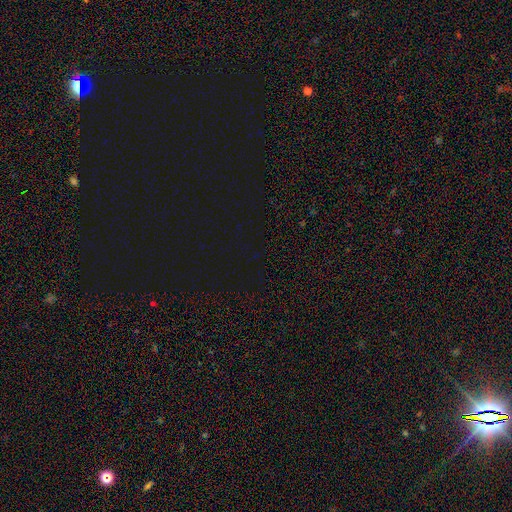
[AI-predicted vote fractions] This appears to be a star or artifact, not a galaxy (78%).